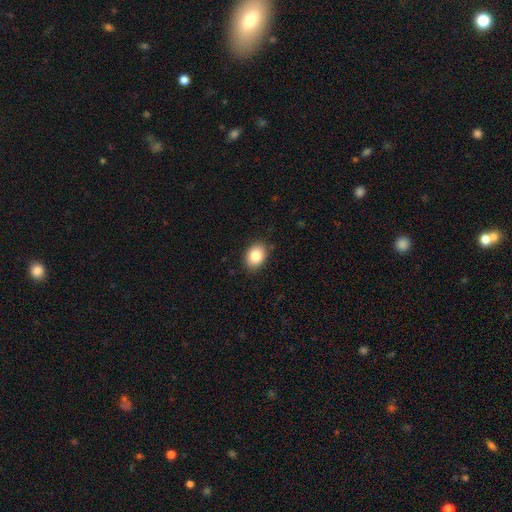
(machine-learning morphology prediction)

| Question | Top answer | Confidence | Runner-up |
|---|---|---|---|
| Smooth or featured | smooth | 85% | star or artifact (8%) |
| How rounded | in between | 72% | round (27%) |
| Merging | none | 87% | minor disturbance (10%) |